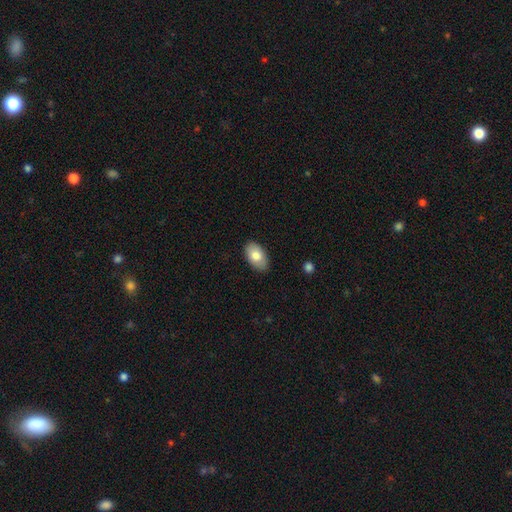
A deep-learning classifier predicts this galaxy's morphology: smooth 80%, featured or disk 14%, star or artifact 6%. Down the decision tree: how rounded — in between (94%); merging — none (86%).